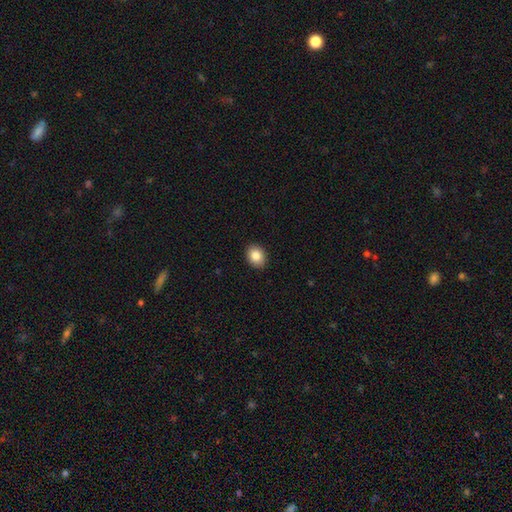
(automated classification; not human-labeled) This appears to be a smooth galaxy with no disk features (85%) that is in between round and cigar-shaped (52%). Merging: none (91%).